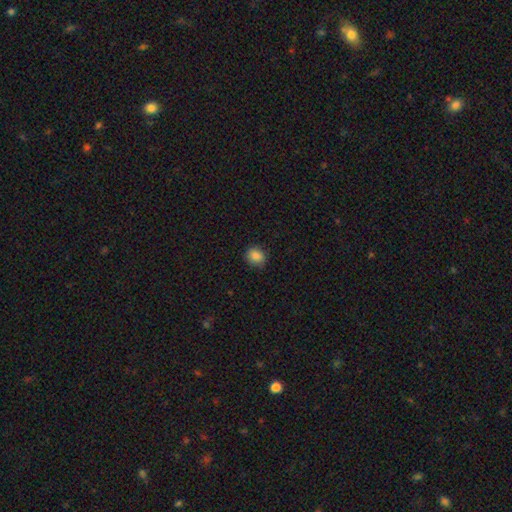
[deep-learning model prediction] Overall: smooth (86%). How rounded: round (66%; in between 33%). Merging: none (85%).